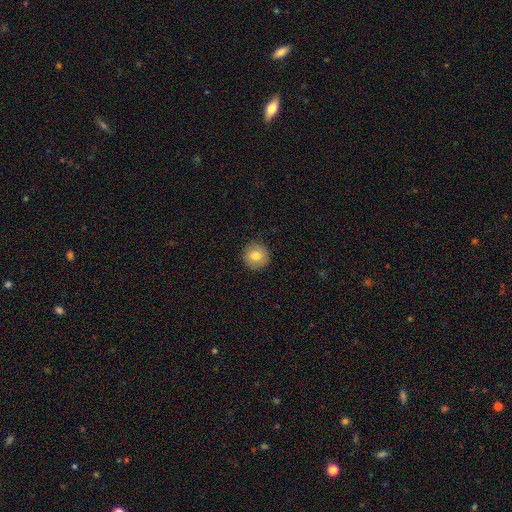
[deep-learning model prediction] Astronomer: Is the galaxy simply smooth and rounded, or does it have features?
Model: smooth — 79%.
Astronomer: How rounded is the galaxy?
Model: round — 94%.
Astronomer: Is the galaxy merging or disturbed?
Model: none — 91%.